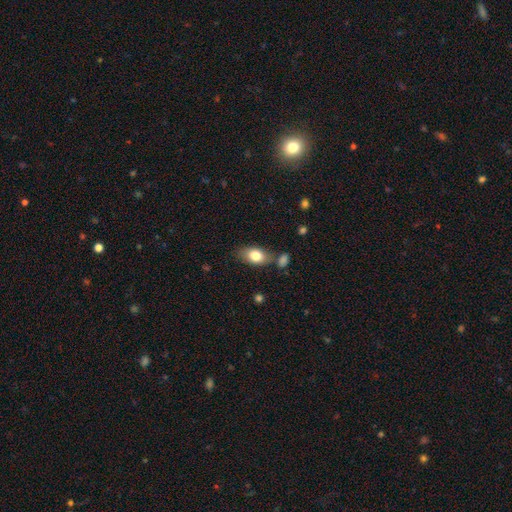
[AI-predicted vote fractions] Morphology: type=smooth (79%); roundness=in between (87%); merging=none (67%).